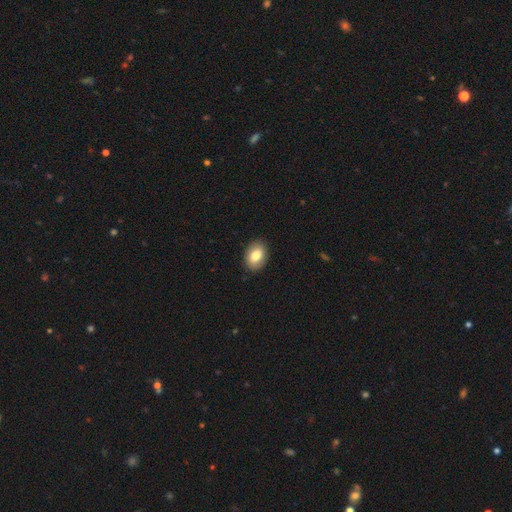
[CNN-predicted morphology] Smooth or featured? smooth (79%)
How rounded? in between (78%)
Merging? none (88%)